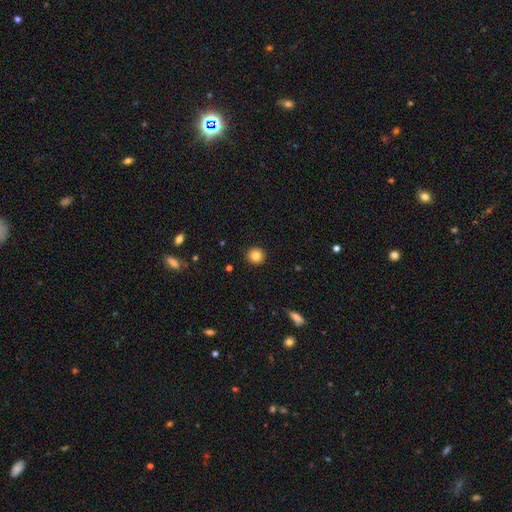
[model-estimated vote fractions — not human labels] Morphology: type=smooth (83%); roundness=round (94%); merging=none (93%).